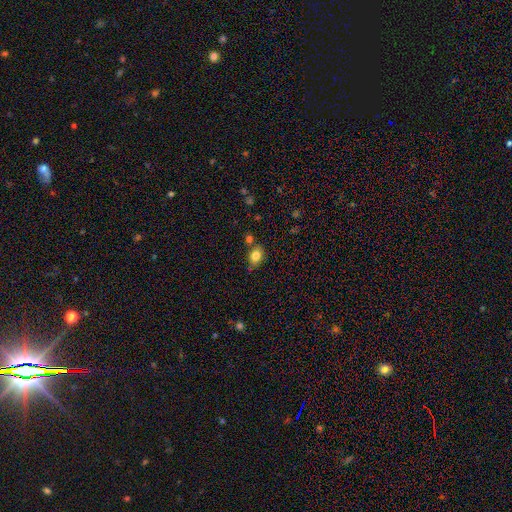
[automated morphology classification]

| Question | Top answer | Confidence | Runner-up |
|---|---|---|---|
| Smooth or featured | smooth | 81% | star or artifact (10%) |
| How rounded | in between | 68% | round (30%) |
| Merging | none | 65% | minor disturbance (21%) |